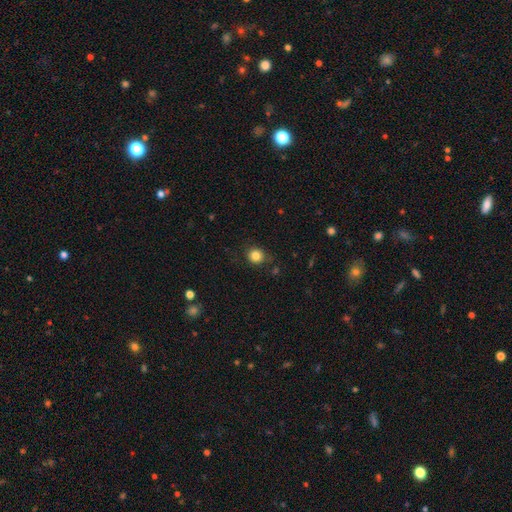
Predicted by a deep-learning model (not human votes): Smooth or featured? Predicted: smooth (p=0.84). How rounded? Predicted: round (p=0.88). Merging? Predicted: none (p=0.83).